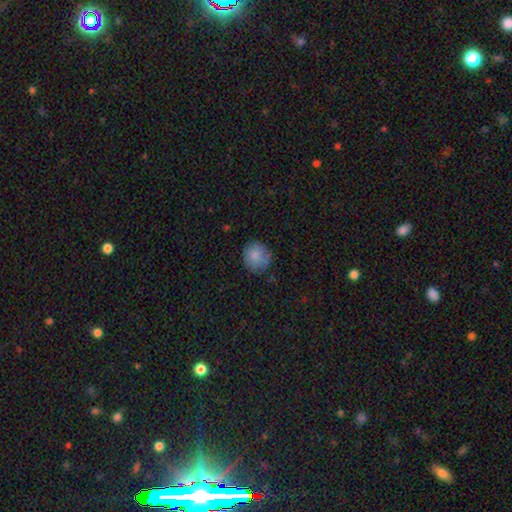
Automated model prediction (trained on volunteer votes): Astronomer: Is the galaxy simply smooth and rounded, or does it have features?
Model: smooth — 82%.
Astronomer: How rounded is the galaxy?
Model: round — 89%.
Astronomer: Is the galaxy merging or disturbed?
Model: none — 75%.